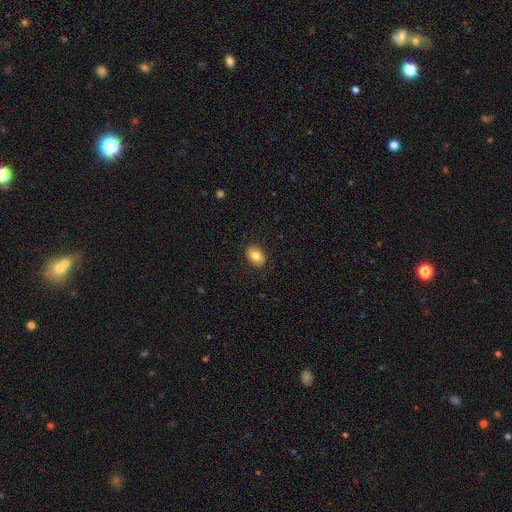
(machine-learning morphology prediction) This appears to be a smooth galaxy with no disk features (76%) that is in between round and cigar-shaped (71%). Merging: none (87%).